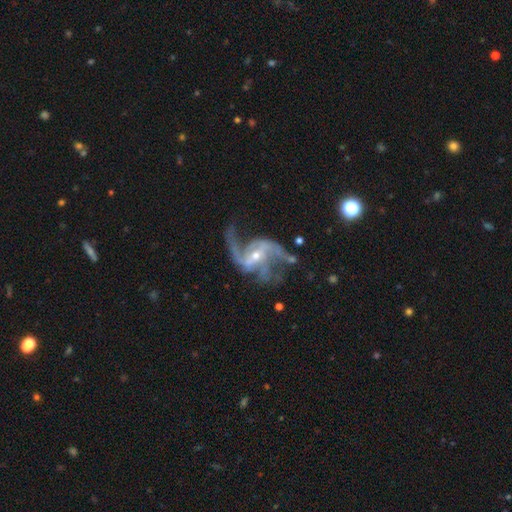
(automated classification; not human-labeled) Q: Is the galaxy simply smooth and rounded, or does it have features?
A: featured or disk — 91%.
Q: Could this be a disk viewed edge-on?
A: no — 97%.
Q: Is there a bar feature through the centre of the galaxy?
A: strong — 45%.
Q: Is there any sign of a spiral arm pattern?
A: yes — 97%.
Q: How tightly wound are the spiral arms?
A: loose — 63%.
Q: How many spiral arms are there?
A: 2 — 68%.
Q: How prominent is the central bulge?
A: small — 59%.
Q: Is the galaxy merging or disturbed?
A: none — 55%.